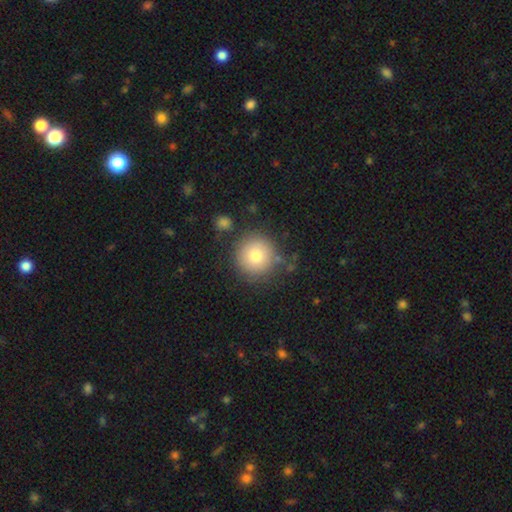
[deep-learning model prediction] smooth-or-featured: smooth: 79% | featured or disk: 11% | star or artifact: 10%
  how-rounded: round: 95% | in between: 4% | cigar-shaped: 1%
  merging: none: 81% | minor disturbance: 11% | merger: 4% | major disturbance: 4%